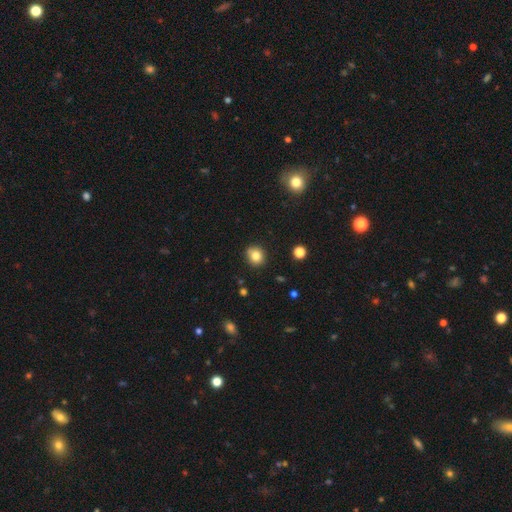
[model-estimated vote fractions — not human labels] This appears to be a smooth galaxy with no disk features (81%) that is round (77%). Merging: none (86%).